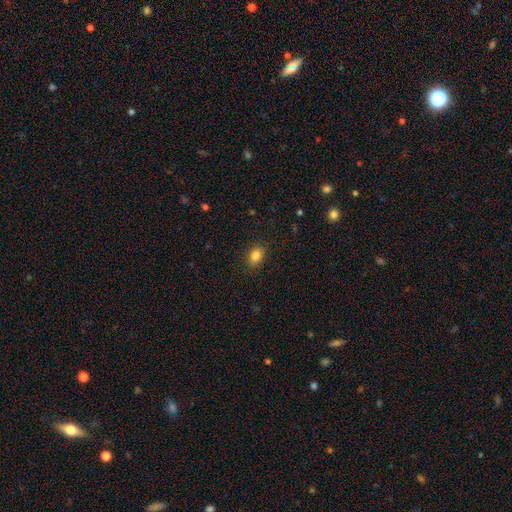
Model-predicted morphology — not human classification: smooth_or_featured: smooth (p=0.84) [alt: star or artifact p=0.10]
how_rounded: in between (p=0.70) [alt: round p=0.29]
merging: none (p=0.86) [alt: minor disturbance p=0.10]